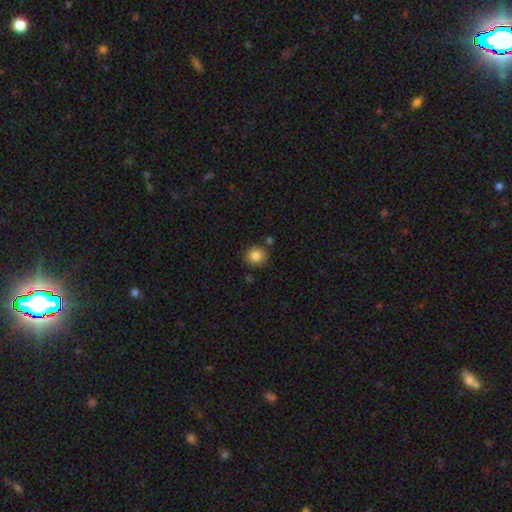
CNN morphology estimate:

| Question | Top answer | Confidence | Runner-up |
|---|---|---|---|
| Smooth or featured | smooth | 85% | star or artifact (10%) |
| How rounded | round | 87% | in between (12%) |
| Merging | none | 83% | minor disturbance (10%) |